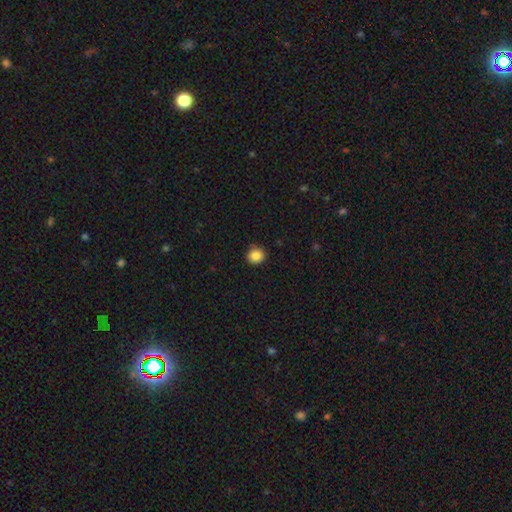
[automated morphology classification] Smooth or featured? smooth (86%)
How rounded? round (85%)
Merging? none (89%)